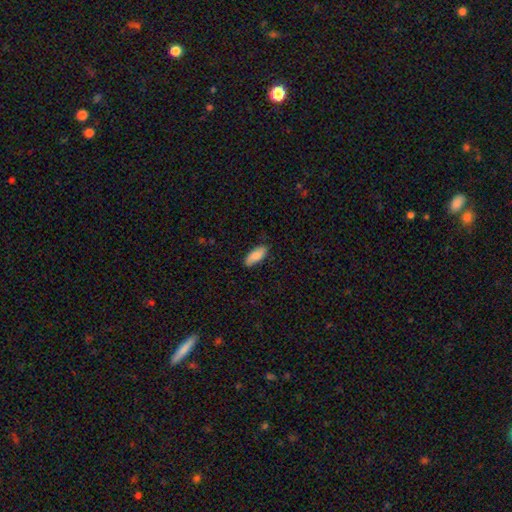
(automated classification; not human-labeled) smooth-or-featured: smooth: 86% | featured or disk: 8% | star or artifact: 6%
  how-rounded: in between: 78% | cigar-shaped: 20% | round: 2%
  merging: none: 83% | minor disturbance: 14% | major disturbance: 2% | merger: 1%